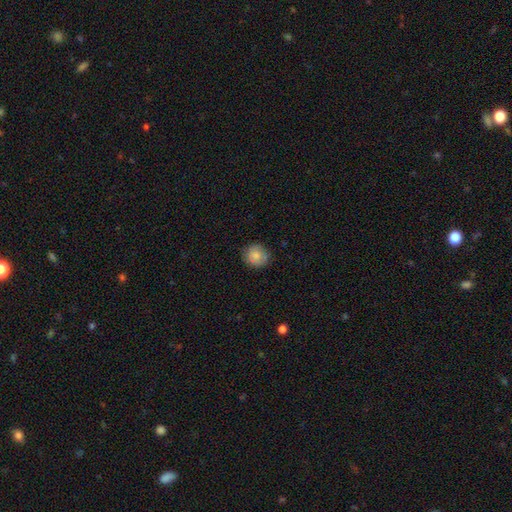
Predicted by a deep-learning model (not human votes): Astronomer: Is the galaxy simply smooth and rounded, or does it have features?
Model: smooth — 81%.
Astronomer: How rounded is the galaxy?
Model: round — 86%.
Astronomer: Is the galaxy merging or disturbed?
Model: none — 85%.